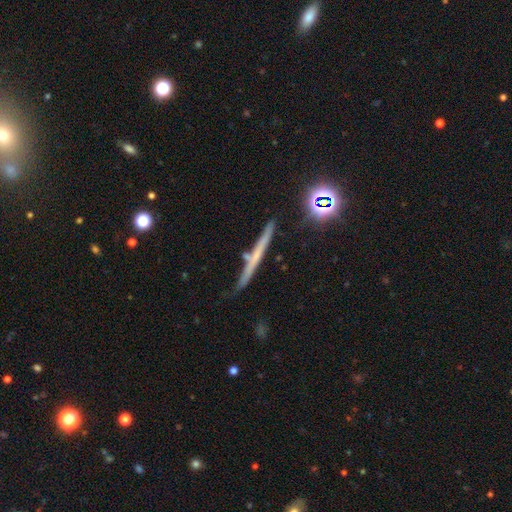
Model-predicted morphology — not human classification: The model was most divided on "smooth or featured": featured or disk: 49%, smooth: 37%, star or artifact: 14%. More confident: merging — none (80%).